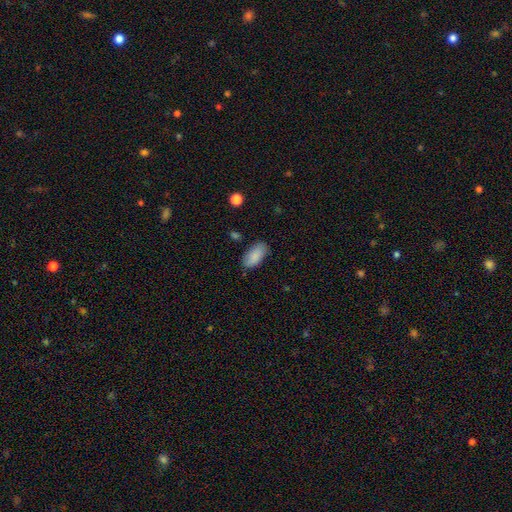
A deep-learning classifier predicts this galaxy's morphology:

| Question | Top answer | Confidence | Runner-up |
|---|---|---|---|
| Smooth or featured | smooth | 87% | star or artifact (7%) |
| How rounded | in between | 93% | cigar-shaped (5%) |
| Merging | none | 81% | minor disturbance (14%) |